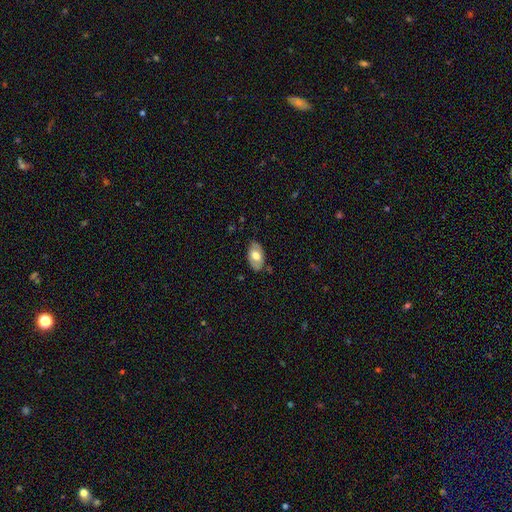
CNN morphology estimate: The model was most divided on "smooth or featured": smooth: 57%, featured or disk: 38%, star or artifact: 6%. More confident: how rounded — in between (93%); merging — none (80%).